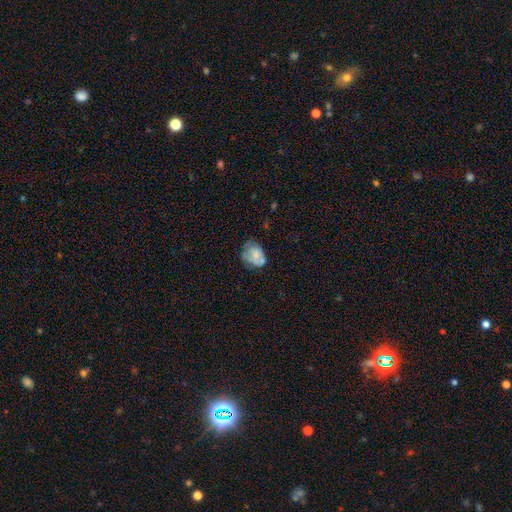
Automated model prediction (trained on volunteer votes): smooth-or-featured: smooth: 57% | featured or disk: 35% | star or artifact: 9%
  how-rounded: in between: 57% | round: 42% | cigar-shaped: 1%
  merging: none: 43% | minor disturbance: 30% | major disturbance: 16% | merger: 11%